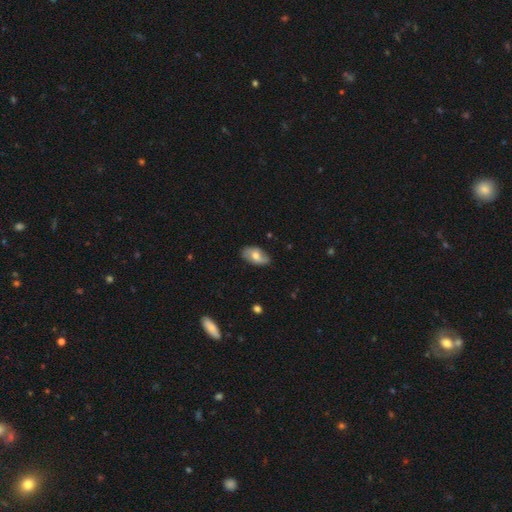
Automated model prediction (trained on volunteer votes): smooth_or_featured: smooth (p=0.55) [alt: featured or disk p=0.38]
how_rounded: in between (p=0.92) [alt: round p=0.05]
merging: none (p=0.77) [alt: minor disturbance p=0.18]